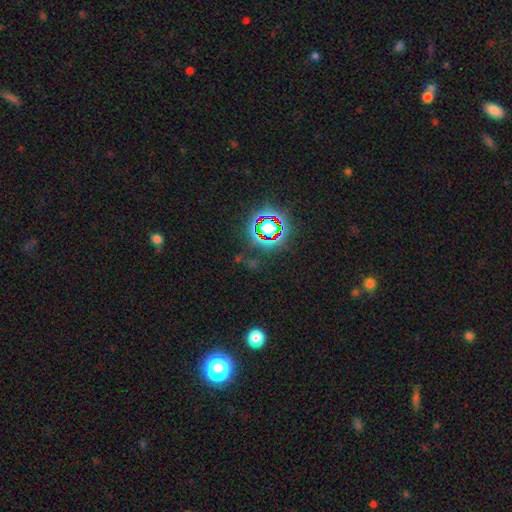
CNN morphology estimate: Smooth or featured? star or artifact (78%)